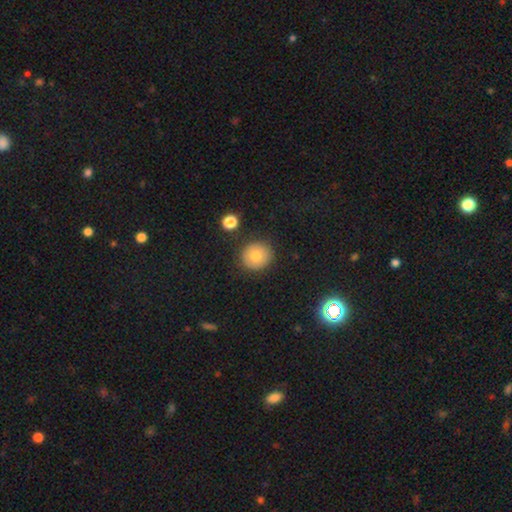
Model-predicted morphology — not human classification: smooth-or-featured: smooth: 76% | featured or disk: 13% | star or artifact: 11%
  how-rounded: round: 89% | in between: 10% | cigar-shaped: 1%
  merging: none: 87% | minor disturbance: 8% | major disturbance: 2% | merger: 2%